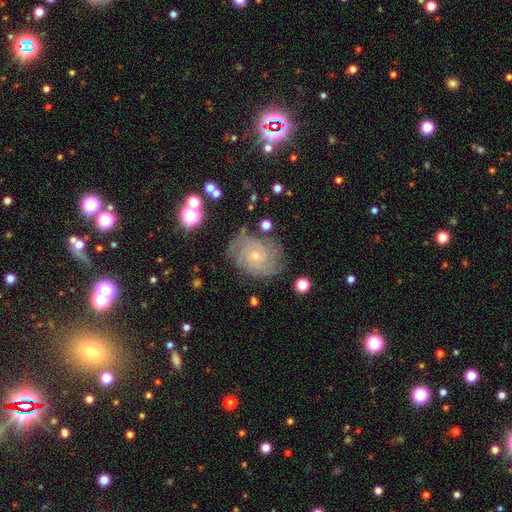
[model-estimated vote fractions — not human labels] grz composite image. It shows a featured or disk galaxy (83%) with no bar (75%), tight (68%) spiral arms (96%) and a small central bulge (76%). Merging: none (76%).